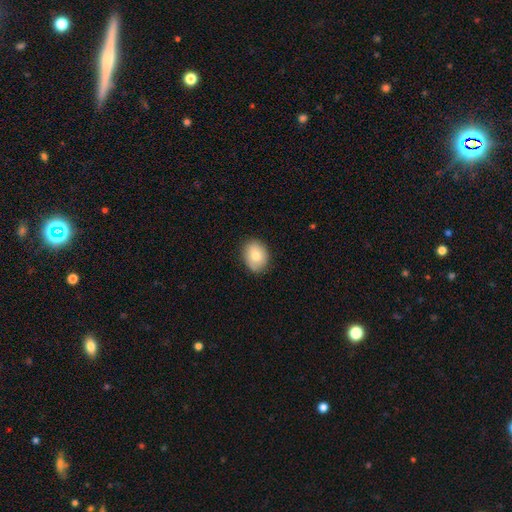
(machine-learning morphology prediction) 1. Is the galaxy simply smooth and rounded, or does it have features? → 78% smooth, 14% featured or disk, 7% star or artifact.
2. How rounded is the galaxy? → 61% in between, 38% round, 1% cigar-shaped.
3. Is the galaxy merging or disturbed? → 85% none, 12% minor disturbance, 2% major disturbance, 1% merger.